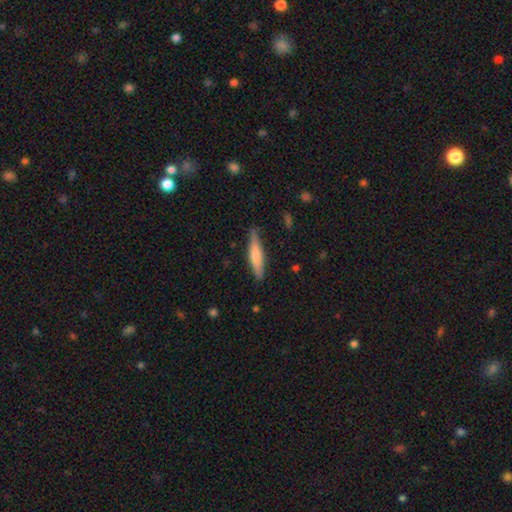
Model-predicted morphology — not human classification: Smooth or featured?
  - smooth: 63% *
  - featured or disk: 31%
  - star or artifact: 6%
How rounded?
  - cigar-shaped: 86% *
  - in between: 13%
  - round: 1%
Merging?
  - none: 82% *
  - minor disturbance: 14%
  - major disturbance: 3%
  - merger: 1%